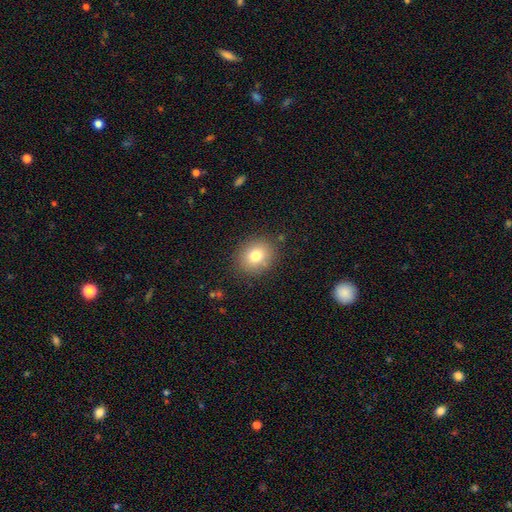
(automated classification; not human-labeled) Smooth or featured? smooth (78%)
How rounded? round (68%)
Merging? none (86%)